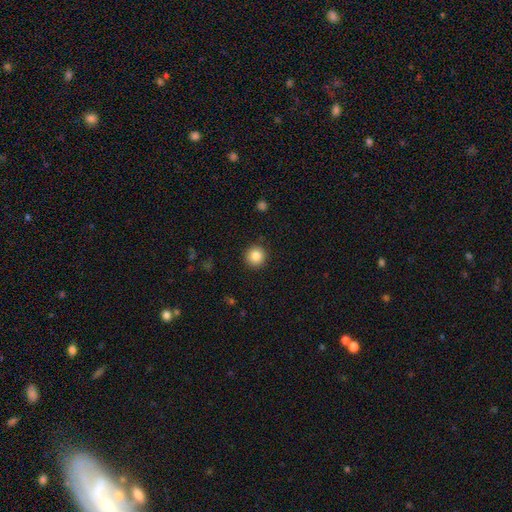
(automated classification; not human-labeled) Overall: smooth (86%). How rounded: round (95%). Merging: none (90%).